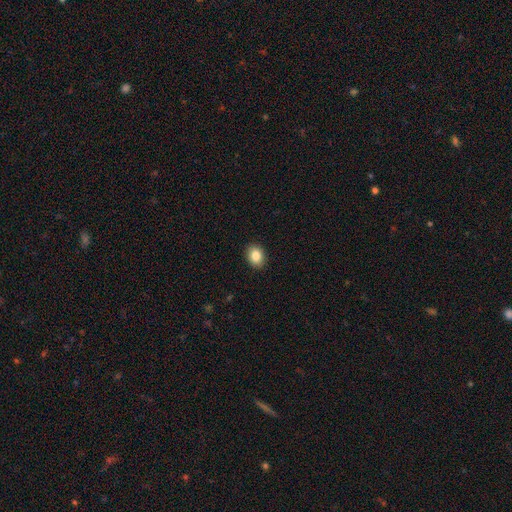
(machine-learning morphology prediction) A smooth galaxy with no disk features (86%) that is in between round and cigar-shaped (65%).

Vote fractions:
- Smooth or featured? smooth: 86% / star or artifact: 8% / featured or disk: 6%
- How rounded? in between: 65% / round: 34% / cigar-shaped: 1%
- Merging? none: 91% / minor disturbance: 7% / major disturbance: 2% / merger: 1%